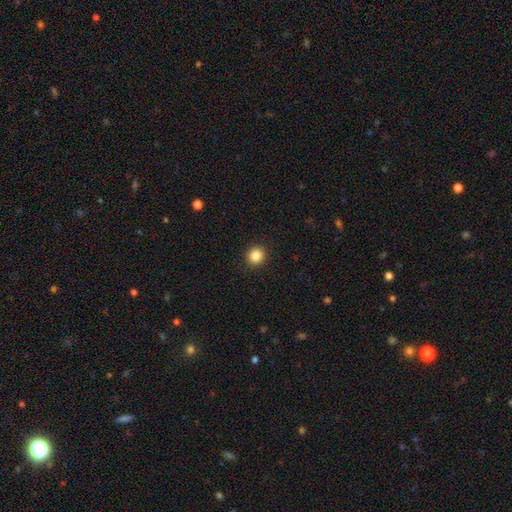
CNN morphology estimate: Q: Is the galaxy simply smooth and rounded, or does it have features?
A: smooth — 85%.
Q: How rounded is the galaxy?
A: round — 89%.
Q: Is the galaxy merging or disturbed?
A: none — 92%.